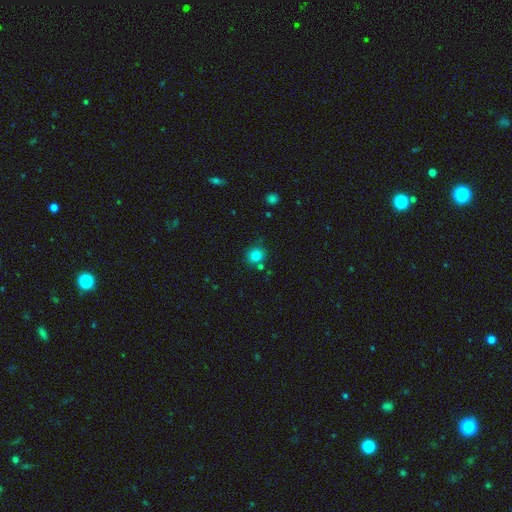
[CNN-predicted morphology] Q: Smooth or featured?
A: smooth (81%); runner-up: star or artifact (12%)
Q: How rounded?
A: round (84%); runner-up: in between (15%)
Q: Merging?
A: none (75%); runner-up: minor disturbance (12%)